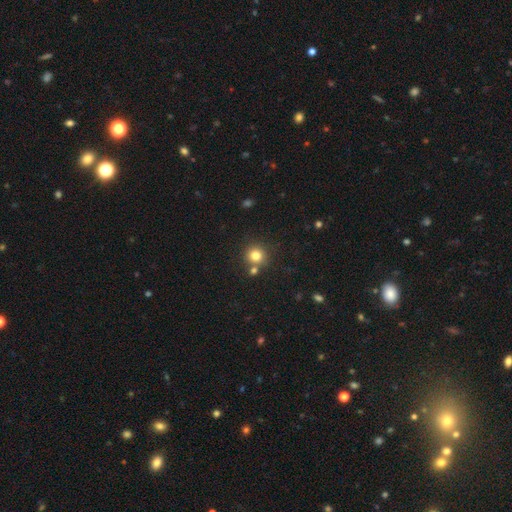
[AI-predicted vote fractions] Overall: smooth (79%). How rounded: round (92%). Merging: none (73%).